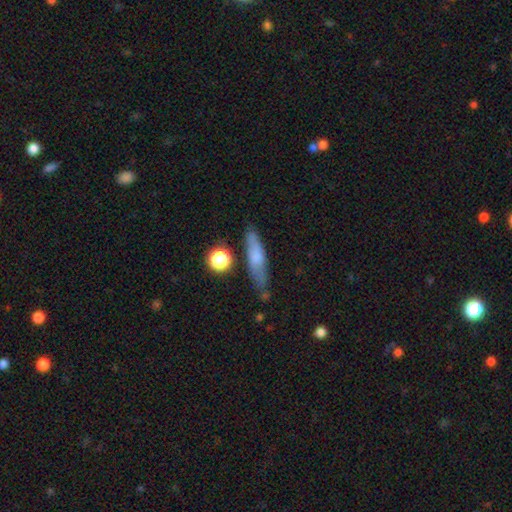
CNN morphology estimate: The model was most divided on "smooth or featured": smooth: 61%, featured or disk: 31%, star or artifact: 8%. More confident: how rounded — cigar-shaped (75%); merging — none (71%).